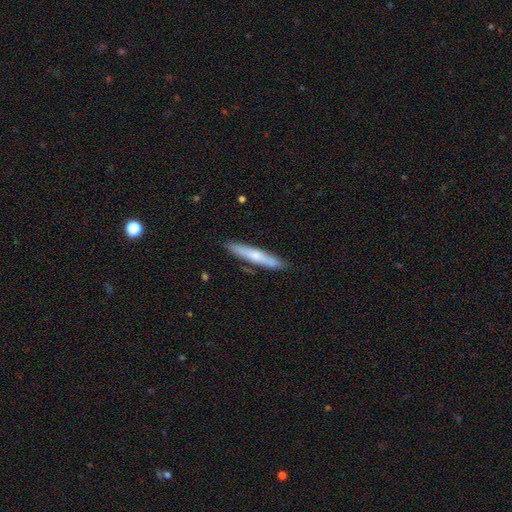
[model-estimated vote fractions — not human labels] Q: Smooth or featured?
A: smooth (58%); runner-up: featured or disk (36%)
Q: How rounded?
A: cigar-shaped (93%); runner-up: in between (6%)
Q: Merging?
A: none (83%); runner-up: minor disturbance (12%)